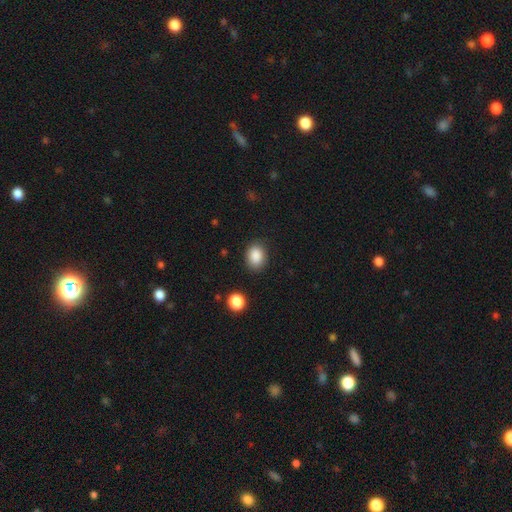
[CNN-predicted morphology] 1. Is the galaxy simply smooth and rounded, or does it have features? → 87% smooth, 9% star or artifact, 4% featured or disk.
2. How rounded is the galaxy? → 65% in between, 34% round, 1% cigar-shaped.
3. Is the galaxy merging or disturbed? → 83% none, 12% minor disturbance, 3% major disturbance, 2% merger.